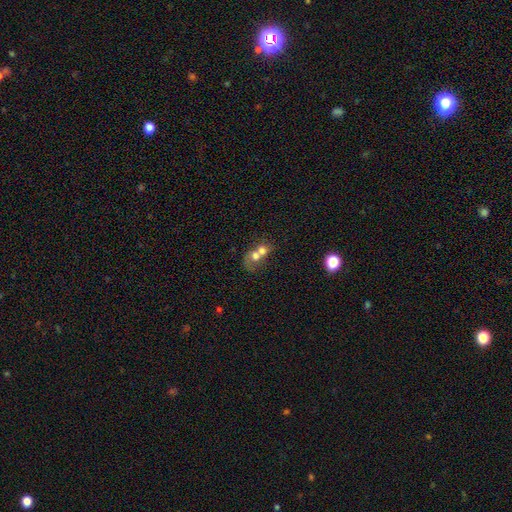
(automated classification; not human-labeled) The model was most divided on "how rounded": round: 59%, in between: 40%, cigar-shaped: 2%. More confident: merging — merger (77%); smooth or featured — smooth (58%).